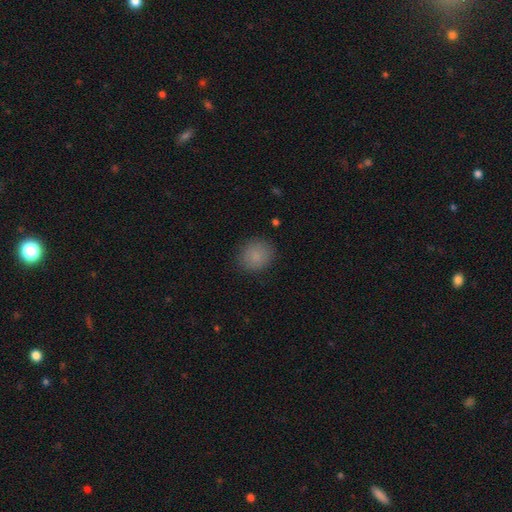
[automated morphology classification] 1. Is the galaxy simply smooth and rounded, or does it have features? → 85% smooth, 10% star or artifact, 5% featured or disk.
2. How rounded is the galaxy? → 83% round, 16% in between, 1% cigar-shaped.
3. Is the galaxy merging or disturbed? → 86% none, 10% minor disturbance, 3% major disturbance, 1% merger.